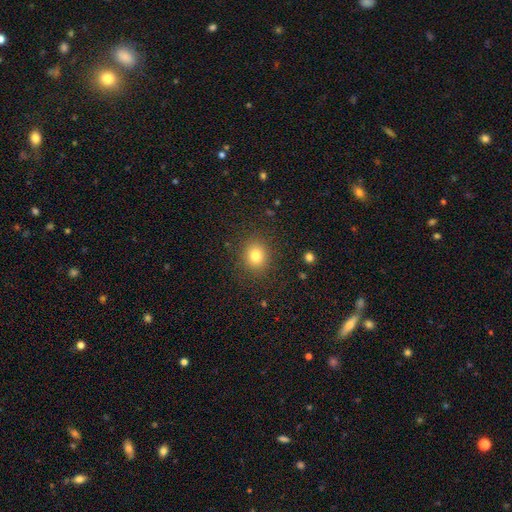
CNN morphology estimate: Smooth or featured? smooth (79%)
How rounded? round (80%)
Merging? none (88%)